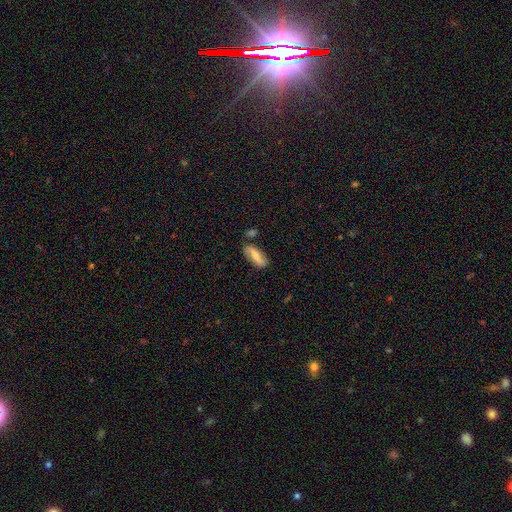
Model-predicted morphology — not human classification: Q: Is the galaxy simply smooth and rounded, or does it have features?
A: smooth — 50%.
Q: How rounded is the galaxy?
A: in between — 72%.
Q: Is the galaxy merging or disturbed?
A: none — 75%.